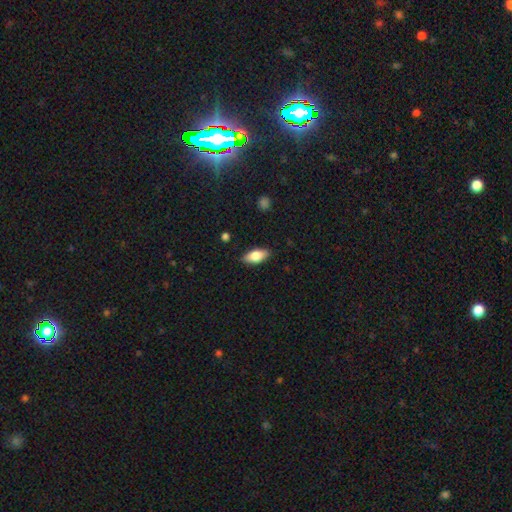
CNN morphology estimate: This is likely a smooth galaxy (77%). How rounded: clearly in between (88%). Merging: clearly none (86%).